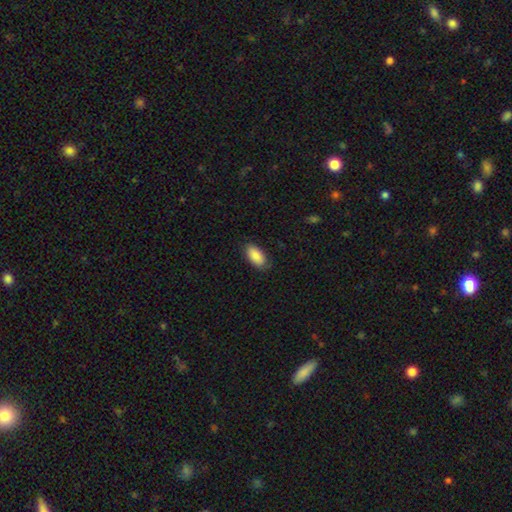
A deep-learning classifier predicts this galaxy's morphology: Overall: smooth (86%). How rounded: in between (94%). Merging: none (82%).